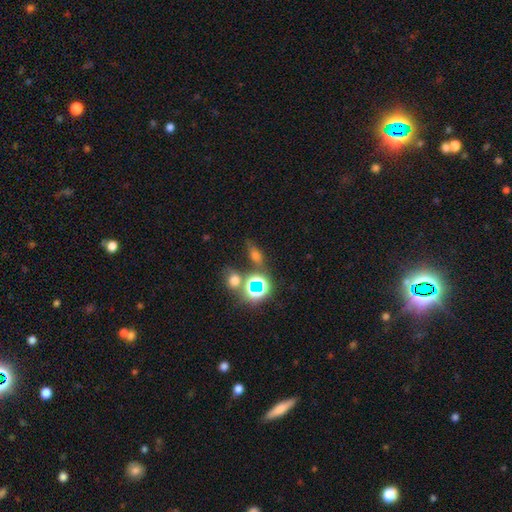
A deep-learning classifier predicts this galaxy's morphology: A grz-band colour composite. It shows a smooth galaxy with no disk features (51%) that is in between round and cigar-shaped (60%). Merging: none (66%).